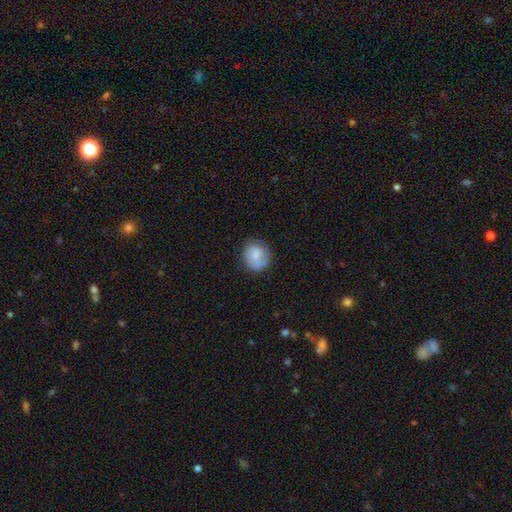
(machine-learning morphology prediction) smooth 68%, featured or disk 25%, star or artifact 7%. Down the decision tree: how rounded — round (84%); merging — none (73%).